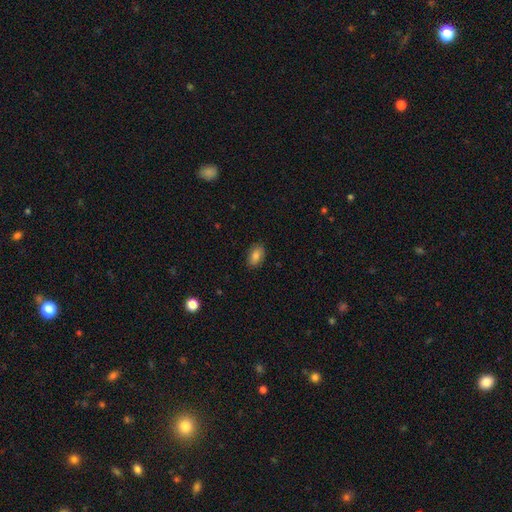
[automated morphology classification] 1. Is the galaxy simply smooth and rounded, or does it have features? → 84% smooth, 8% featured or disk, 8% star or artifact.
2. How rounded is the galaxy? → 89% in between, 10% round, 2% cigar-shaped.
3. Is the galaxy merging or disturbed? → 87% none, 10% minor disturbance, 2% major disturbance, 1% merger.